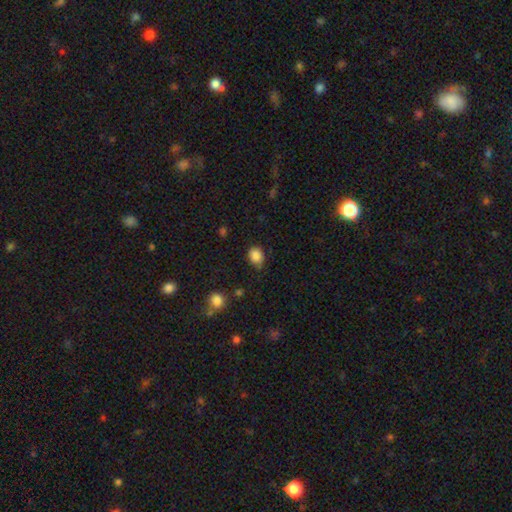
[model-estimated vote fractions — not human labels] smooth-or-featured: smooth: 86% | star or artifact: 10% | featured or disk: 4%
  how-rounded: round: 51% | in between: 48% | cigar-shaped: 1%
  merging: none: 66% | minor disturbance: 27% | major disturbance: 5% | merger: 2%